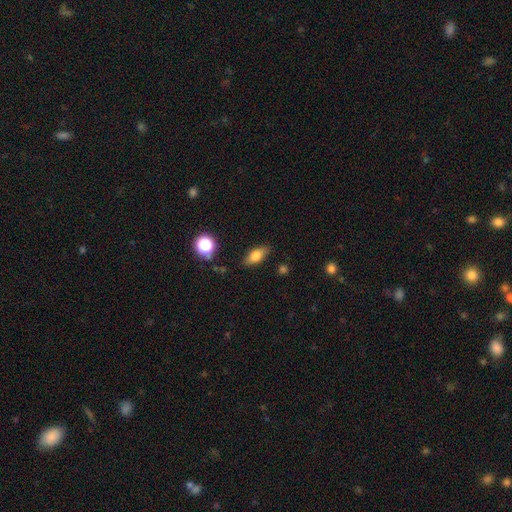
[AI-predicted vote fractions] This is likely a smooth galaxy (71%). How rounded: likely in between (78%). Merging: clearly none (83%).